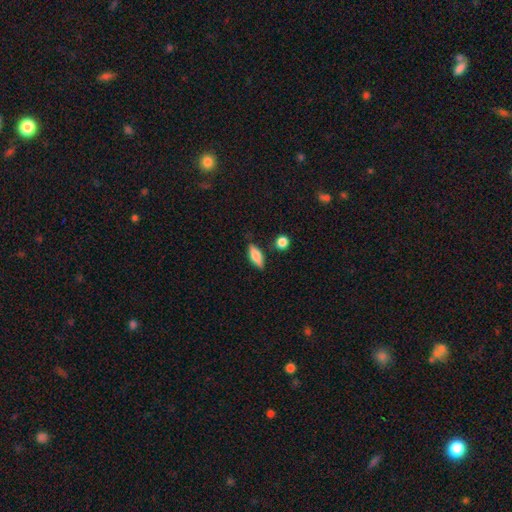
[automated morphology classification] Overall: smooth (69%). How rounded: in between (67%; cigar-shaped 29%). Merging: none (78%).